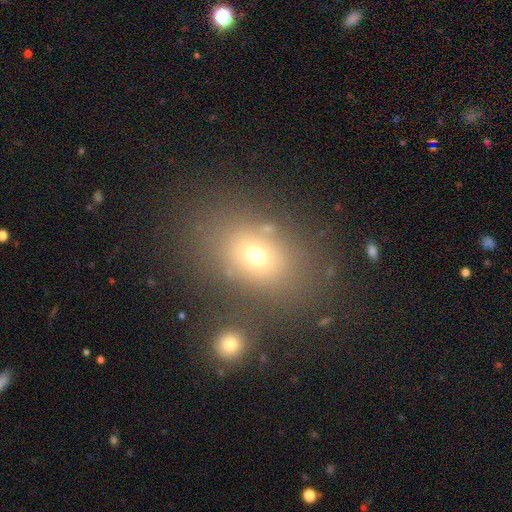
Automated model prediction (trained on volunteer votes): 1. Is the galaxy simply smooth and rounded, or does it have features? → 65% smooth, 20% star or artifact, 15% featured or disk.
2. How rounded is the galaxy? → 66% in between, 32% round, 2% cigar-shaped.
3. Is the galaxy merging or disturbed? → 74% none, 11% minor disturbance, 10% merger, 6% major disturbance.